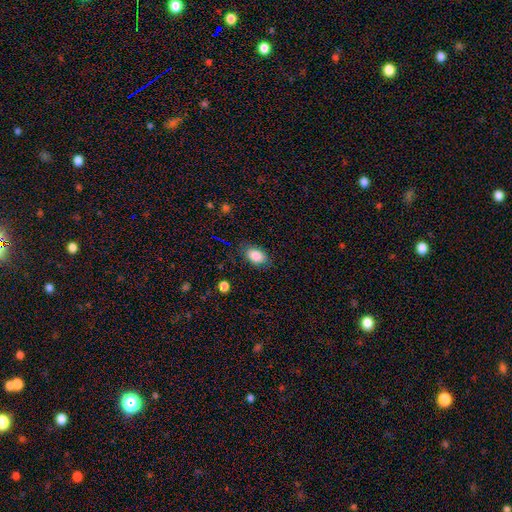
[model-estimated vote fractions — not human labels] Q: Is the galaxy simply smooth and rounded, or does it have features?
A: smooth — 86%.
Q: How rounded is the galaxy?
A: in between — 85%.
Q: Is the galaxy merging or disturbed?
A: none — 80%.